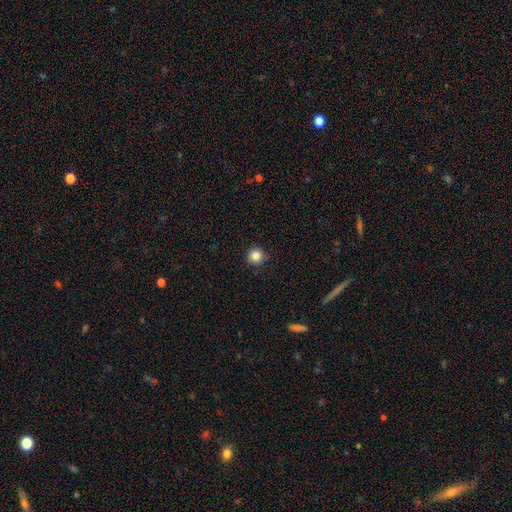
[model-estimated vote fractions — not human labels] smooth 84%, star or artifact 11%, featured or disk 5%. Down the decision tree: how rounded — round (95%); merging — none (90%).